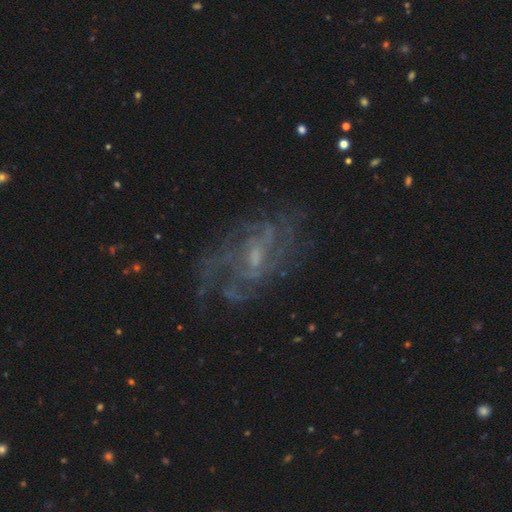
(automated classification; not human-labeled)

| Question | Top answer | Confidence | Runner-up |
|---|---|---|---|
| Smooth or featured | featured or disk | 84% | star or artifact (9%) |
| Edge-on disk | no | 96% | yes (4%) |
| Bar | weak | 50% | no (39%) |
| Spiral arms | yes | 91% | no (9%) |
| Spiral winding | medium | 43% | tight (38%) |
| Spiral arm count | can't tell | 40% | 2 (15%) |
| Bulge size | small | 56% | moderate (30%) |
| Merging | none | 69% | minor disturbance (16%) |